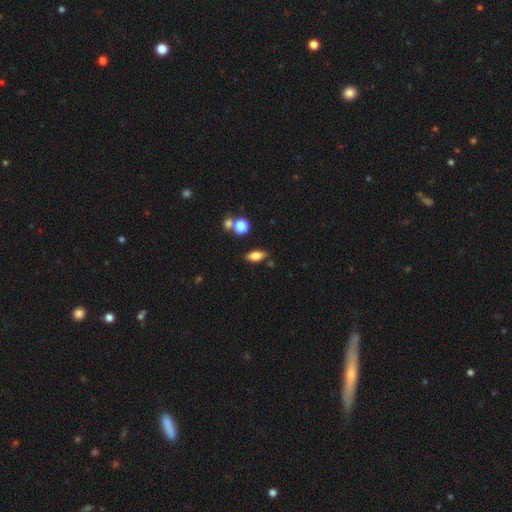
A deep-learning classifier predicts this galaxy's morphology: Q: Smooth or featured?
A: smooth (74%); runner-up: featured or disk (16%)
Q: How rounded?
A: in between (77%); runner-up: cigar-shaped (17%)
Q: Merging?
A: none (80%); runner-up: minor disturbance (12%)